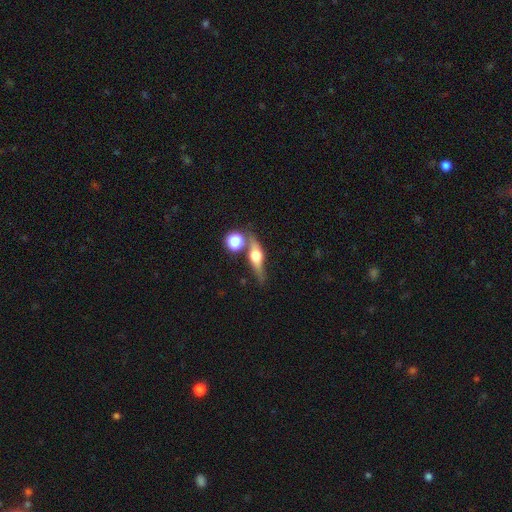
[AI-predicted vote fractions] Smooth or featured?
  - featured or disk: 66% *
  - smooth: 26%
  - star or artifact: 8%
Edge-on disk?
  - yes: 91% *
  - no: 9%
Edge-on bulge?
  - rounded: 94% *
  - boxy: 4%
  - none: 2%
Merging?
  - none: 68% *
  - merger: 15%
  - minor disturbance: 13%
  - major disturbance: 4%